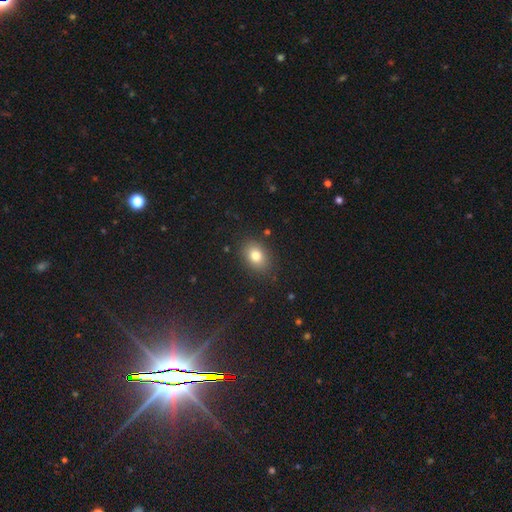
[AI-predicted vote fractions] smooth 80%, star or artifact 10%, featured or disk 9%. Down the decision tree: how rounded — in between (72%); merging — none (85%).